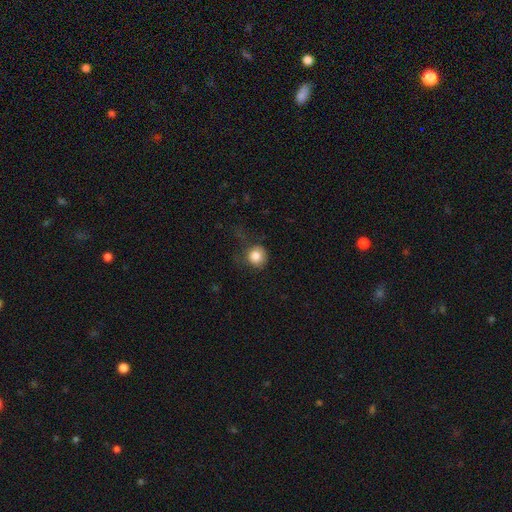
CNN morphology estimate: type=smooth (84%); roundness=round (89%); merging=none (58%).